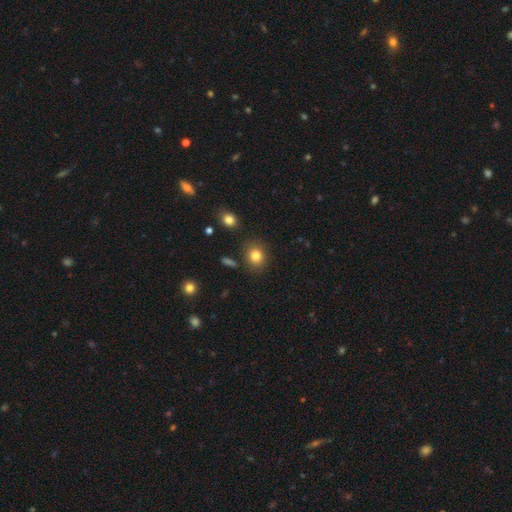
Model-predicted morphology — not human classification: Q: Smooth or featured?
A: smooth (83%); runner-up: star or artifact (10%)
Q: How rounded?
A: round (69%); runner-up: in between (30%)
Q: Merging?
A: none (82%); runner-up: minor disturbance (11%)